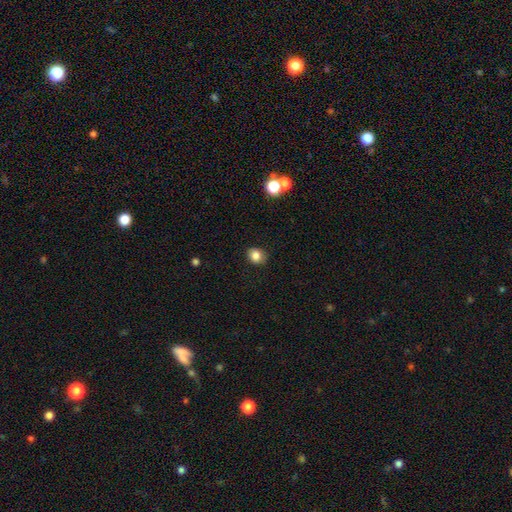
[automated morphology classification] A smooth galaxy with no disk features (83%) that is round (72%).

Vote fractions:
- Smooth or featured? smooth: 83% / star or artifact: 11% / featured or disk: 6%
- How rounded? round: 72% / in between: 27% / cigar-shaped: 1%
- Merging? none: 87% / minor disturbance: 10% / major disturbance: 2% / merger: 1%